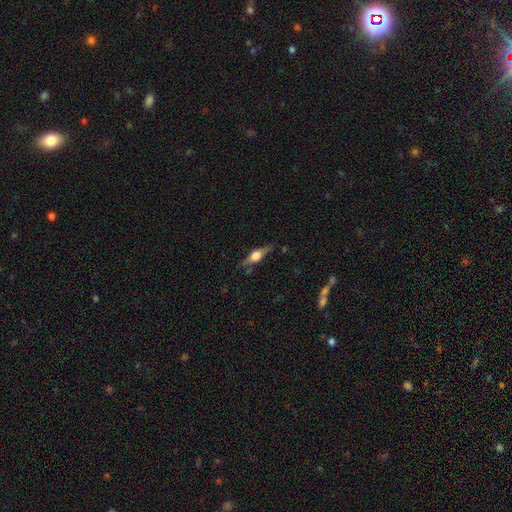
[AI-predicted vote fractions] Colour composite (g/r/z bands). It shows a featured or disk galaxy (69%) viewed edge-on (95%) with a rounded central bulge (93%). Merging: none (78%).